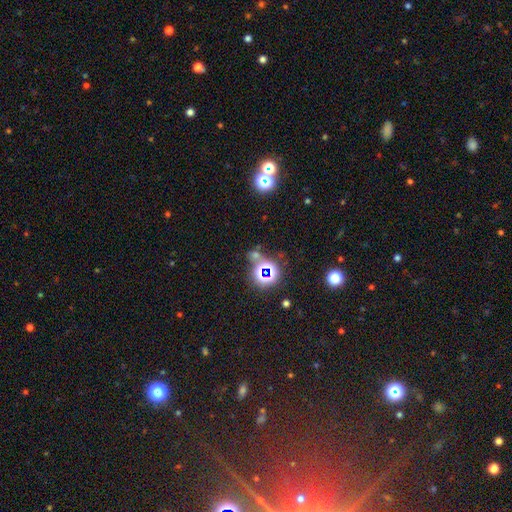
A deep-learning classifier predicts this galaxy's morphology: Smooth or featured? star or artifact (62%)